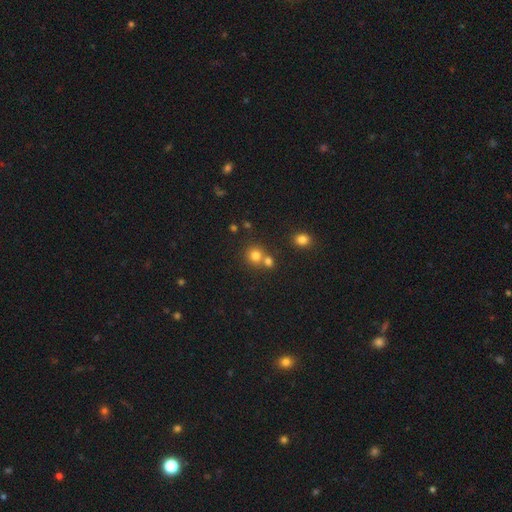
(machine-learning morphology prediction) smooth-or-featured: smooth: 78% | star or artifact: 15% | featured or disk: 7%
  how-rounded: round: 87% | in between: 12% | cigar-shaped: 1%
  merging: none: 56% | merger: 34% | minor disturbance: 7% | major disturbance: 3%